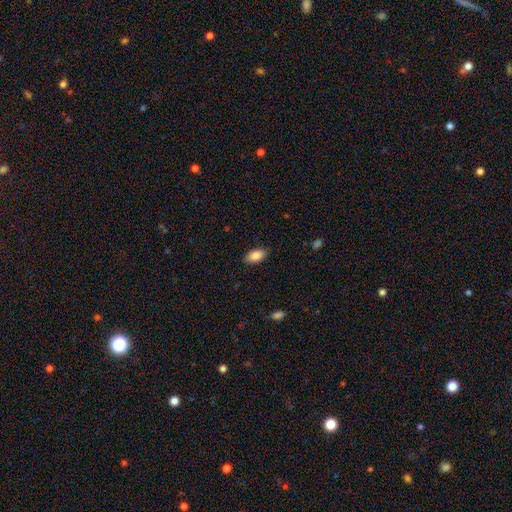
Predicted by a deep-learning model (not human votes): smooth 86%, star or artifact 7%, featured or disk 7%. Down the decision tree: how rounded — in between (93%); merging — none (88%).